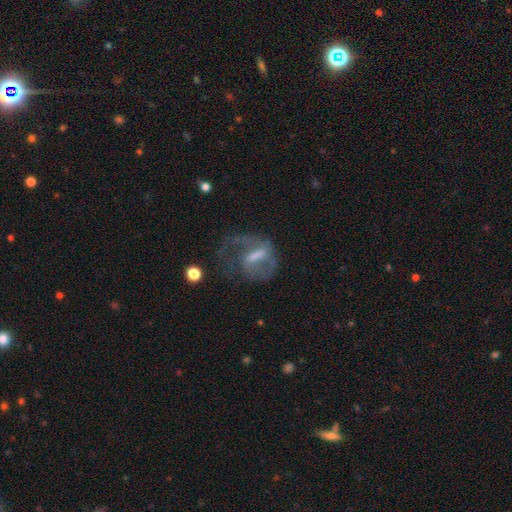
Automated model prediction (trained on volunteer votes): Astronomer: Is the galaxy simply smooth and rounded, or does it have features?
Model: featured or disk — 69%.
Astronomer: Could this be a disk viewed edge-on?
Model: no — 95%.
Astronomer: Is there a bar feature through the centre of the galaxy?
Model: weak — 43% (runner-up: strong, 37%).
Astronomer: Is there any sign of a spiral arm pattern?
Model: yes — 73%.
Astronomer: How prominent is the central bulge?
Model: moderate — 34% (runner-up: small, 30%).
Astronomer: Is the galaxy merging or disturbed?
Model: none — 40% (runner-up: major disturbance, 38%).